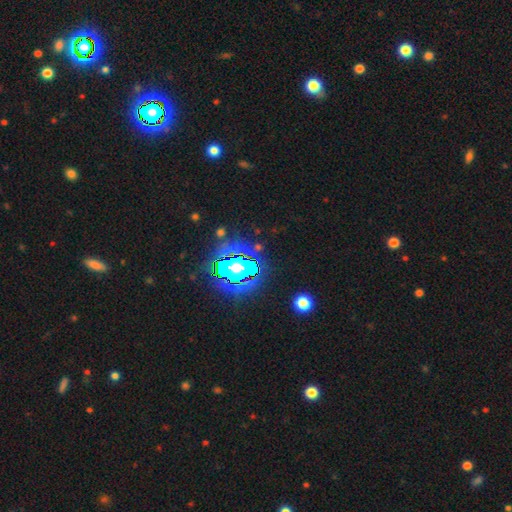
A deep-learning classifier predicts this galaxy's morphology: type=star or artifact (82%).